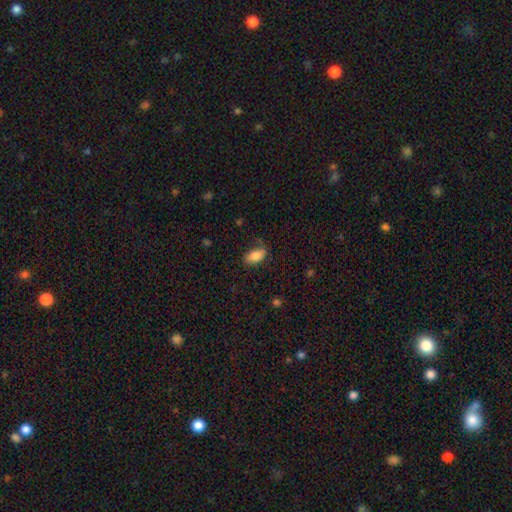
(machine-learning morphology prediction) Overall: smooth (78%). How rounded: in between (91%). Merging: none (60%; minor disturbance 26%).